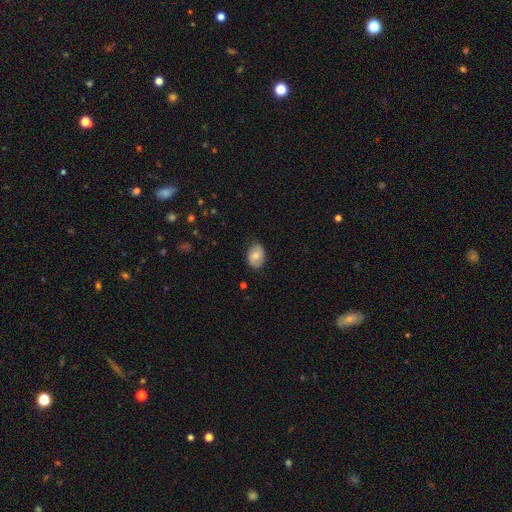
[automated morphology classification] Overall: smooth (66%; featured or disk 27%). How rounded: in between (79%). Merging: none (79%).